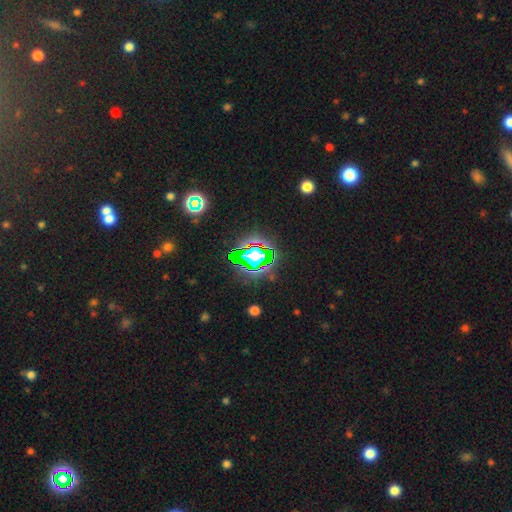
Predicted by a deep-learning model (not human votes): smooth-or-featured: star or artifact: 67% | smooth: 17% | featured or disk: 16%